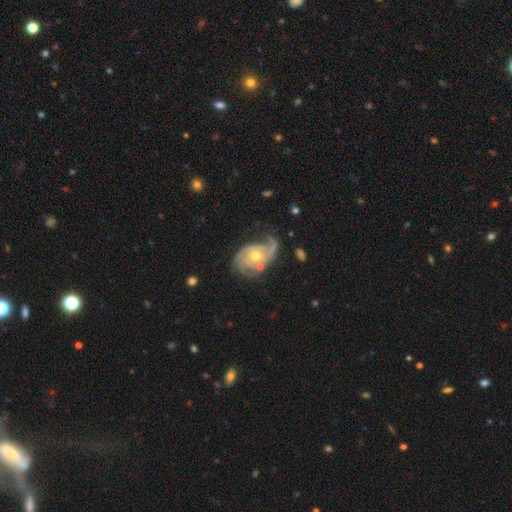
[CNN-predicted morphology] Smooth or featured: featured or disk — 87% (smooth — 8%)
Edge-on disk: no — 97% (yes — 3%)
Bar: no — 71% (weak — 24%)
Spiral arms: yes — 95% (no — 5%)
Spiral winding: tight — 43% (medium — 38%)
Spiral arm count: 2 — 42% (3 — 22%)
Bulge size: moderate — 52% (small — 45%)
Merging: none — 51% (minor disturbance — 26%)